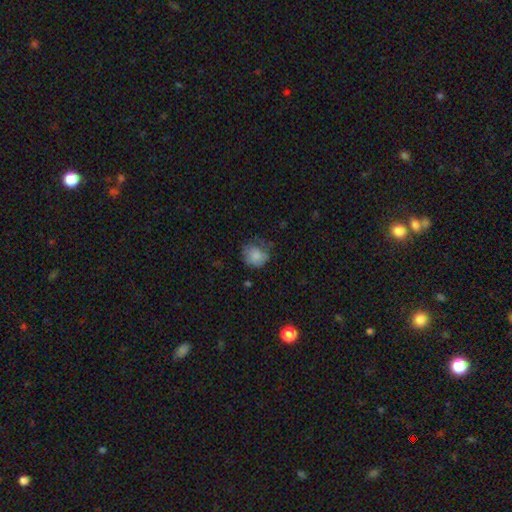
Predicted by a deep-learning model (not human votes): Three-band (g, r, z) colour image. It shows a smooth galaxy with no disk features (81%) that is round (73%). Merging: none (56%).